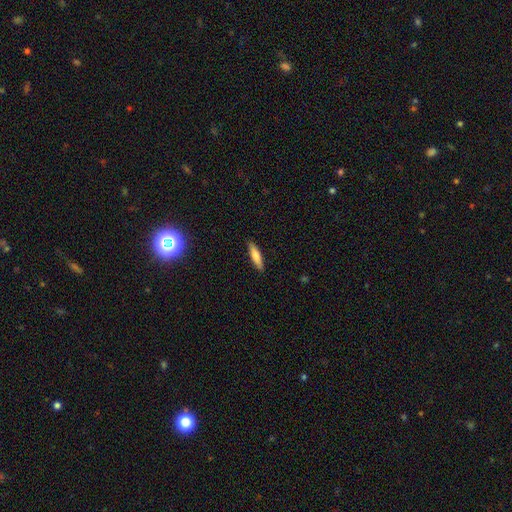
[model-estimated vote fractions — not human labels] The model was most divided on "how rounded": cigar-shaped: 74%, in between: 24%, round: 2%. More confident: merging — none (88%); smooth or featured — smooth (72%).